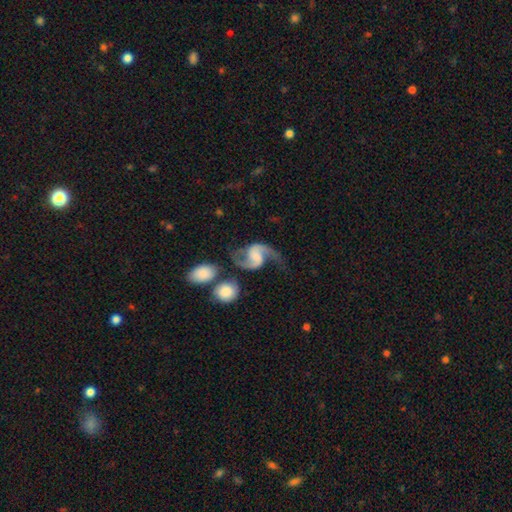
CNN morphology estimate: smooth_or_featured: featured or disk (p=0.89) [alt: smooth p=0.06]
disk_edge_on: no (p=0.98) [alt: yes p=0.02]
bar: no (p=0.44) [alt: weak p=0.41]
has_spiral_arms: yes (p=0.97) [alt: no p=0.03]
spiral_winding: loose (p=0.64) [alt: medium p=0.31]
spiral_arm_count: 2 (p=0.94) [alt: 1 p=0.02]
bulge_size: none (p=0.38) [alt: small p=0.25]
merging: none (p=0.60) [alt: minor disturbance p=0.17]